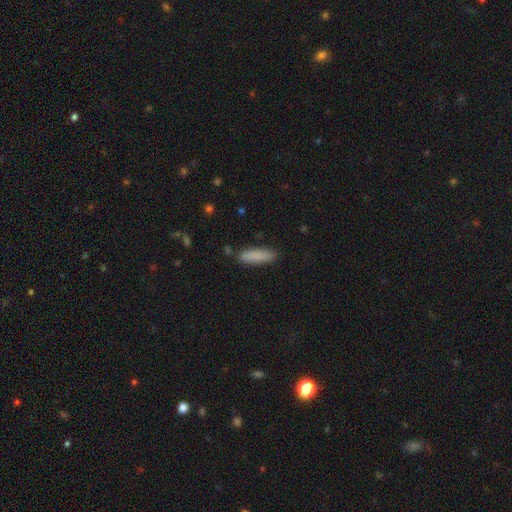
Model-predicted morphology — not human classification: smooth_or_featured: smooth (p=0.86) [alt: featured or disk p=0.07]
how_rounded: cigar-shaped (p=0.66) [alt: in between p=0.33]
merging: none (p=0.84) [alt: minor disturbance p=0.11]